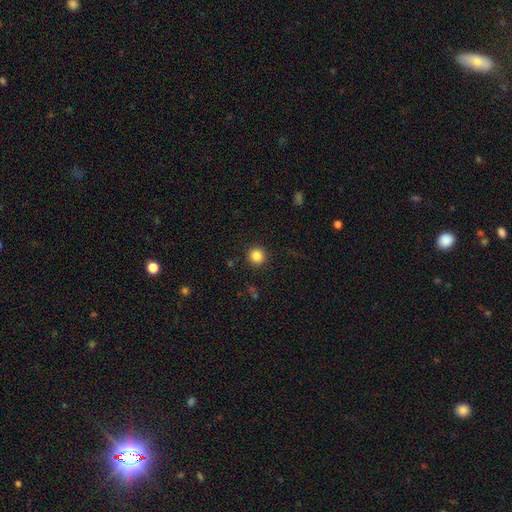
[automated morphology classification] smooth-or-featured: smooth: 85% | star or artifact: 11% | featured or disk: 4%
  how-rounded: round: 94% | in between: 5% | cigar-shaped: 1%
  merging: none: 91% | minor disturbance: 5% | major disturbance: 2% | merger: 1%